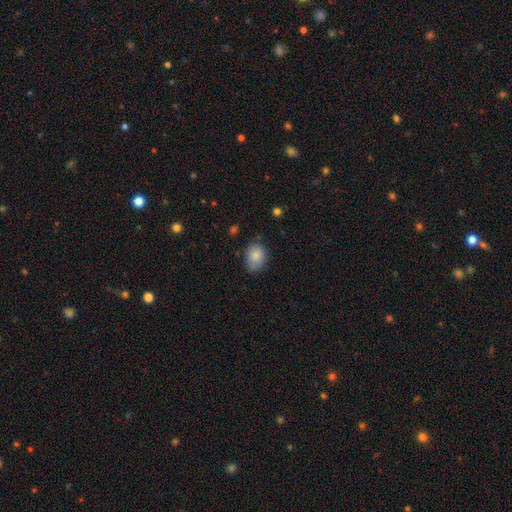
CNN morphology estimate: A smooth galaxy with no disk features (86%) that is in between round and cigar-shaped (63%).

Vote fractions:
- Smooth or featured? smooth: 86% / star or artifact: 8% / featured or disk: 7%
- How rounded? in between: 63% / round: 36% / cigar-shaped: 1%
- Merging? none: 70% / minor disturbance: 24% / major disturbance: 5% / merger: 2%